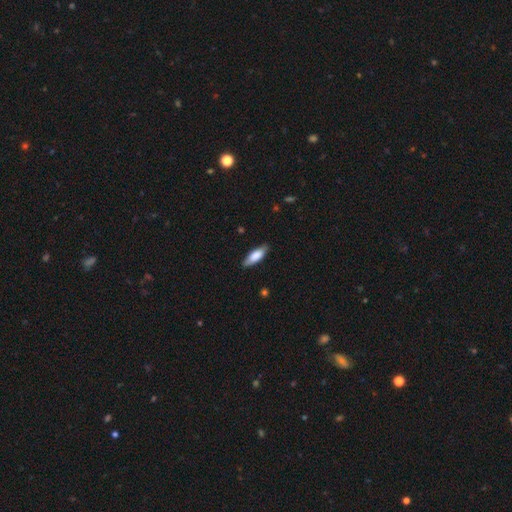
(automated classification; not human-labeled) This appears to be a smooth galaxy with no disk features (79%) that is in between round and cigar-shaped (62%). Merging: none (82%).